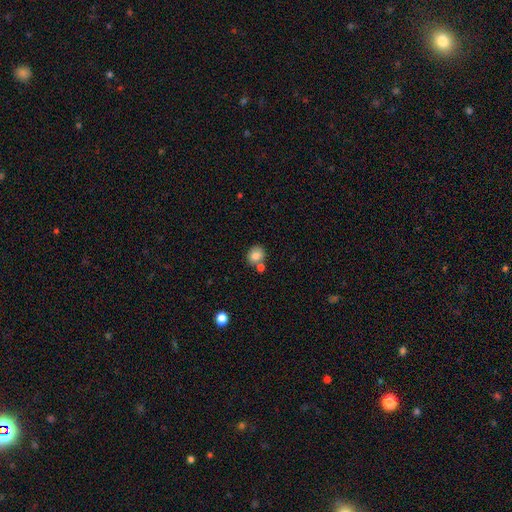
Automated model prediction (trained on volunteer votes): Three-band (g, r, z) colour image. It shows a smooth galaxy with no disk features (82%) that is round (74%). Merging: none (65%).